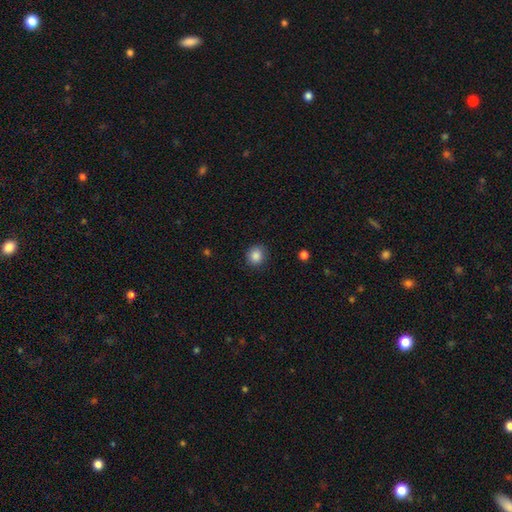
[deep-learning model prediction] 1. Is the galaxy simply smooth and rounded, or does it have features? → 86% smooth, 9% star or artifact, 4% featured or disk.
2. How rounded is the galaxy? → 84% round, 15% in between, 1% cigar-shaped.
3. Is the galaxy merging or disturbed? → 85% none, 11% minor disturbance, 3% major disturbance, 1% merger.